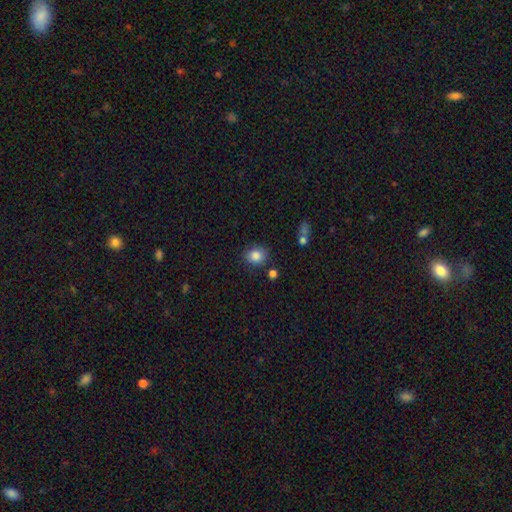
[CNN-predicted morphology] A smooth galaxy with no disk features (85%) that is round (70%). Merging: none (82%).